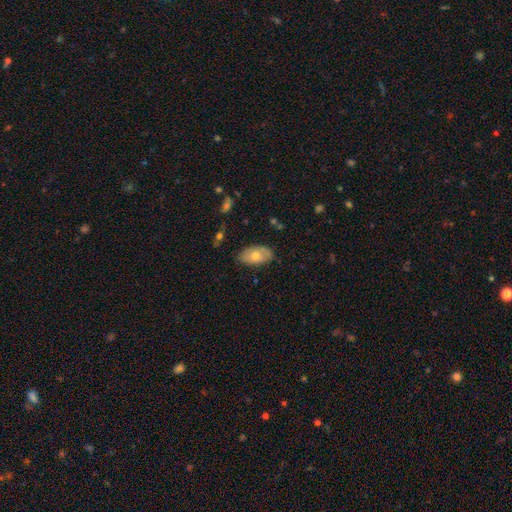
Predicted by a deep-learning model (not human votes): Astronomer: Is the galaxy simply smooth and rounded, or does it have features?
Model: smooth — 58% (runner-up: featured or disk, 35%).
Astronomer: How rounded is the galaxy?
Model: in between — 93%.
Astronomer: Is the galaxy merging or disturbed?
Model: none — 77%.